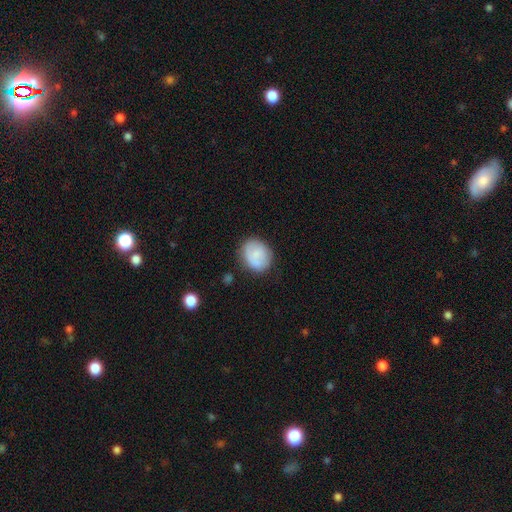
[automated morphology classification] Smooth or featured?
  - smooth: 78% *
  - featured or disk: 15%
  - star or artifact: 7%
How rounded?
  - round: 63% *
  - in between: 36%
  - cigar-shaped: 1%
Merging?
  - none: 73% *
  - minor disturbance: 19%
  - major disturbance: 5%
  - merger: 2%